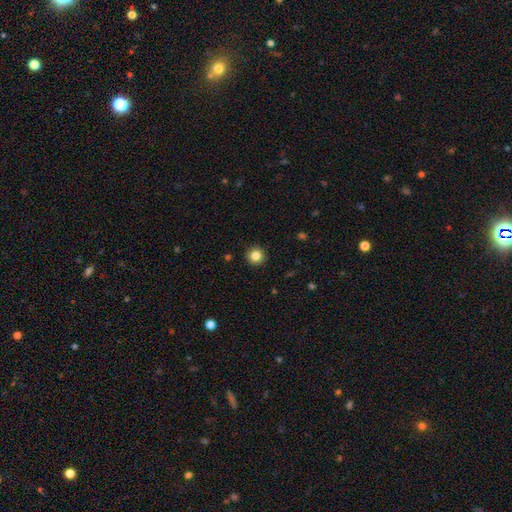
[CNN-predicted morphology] Smooth or featured? Predicted: smooth (p=0.84). How rounded? Predicted: round (p=0.95). Merging? Predicted: none (p=0.93).